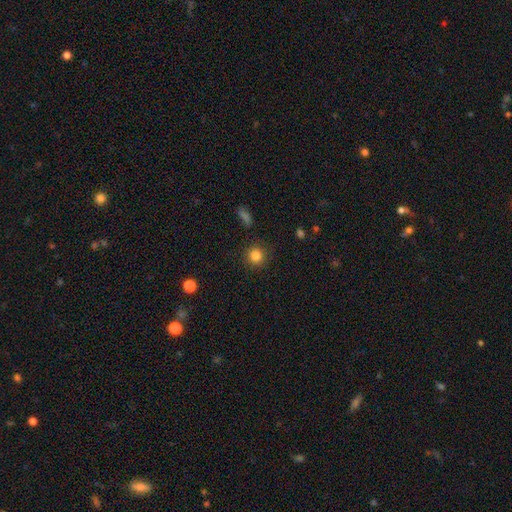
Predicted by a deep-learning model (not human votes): The model was most divided on "smooth or featured": smooth: 83%, star or artifact: 11%, featured or disk: 5%. More confident: how rounded — round (93%); merging — none (89%).